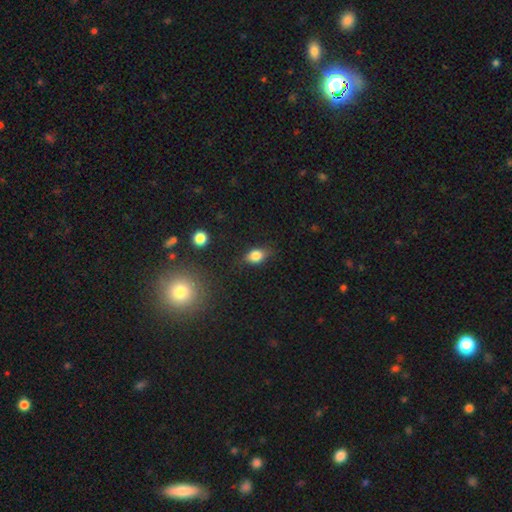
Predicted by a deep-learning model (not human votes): Q: Smooth or featured?
A: smooth (79%); runner-up: featured or disk (11%)
Q: How rounded?
A: in between (74%); runner-up: round (22%)
Q: Merging?
A: none (74%); runner-up: minor disturbance (20%)